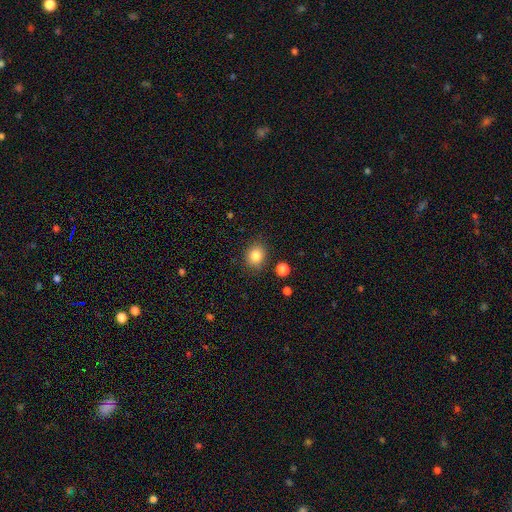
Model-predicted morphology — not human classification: Smooth or featured? smooth (84%)
How rounded? round (64%)
Merging? none (84%)